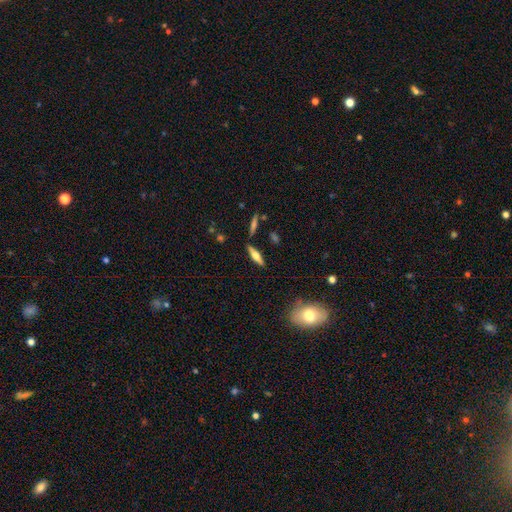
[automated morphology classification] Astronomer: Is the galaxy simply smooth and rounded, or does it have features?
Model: featured or disk — 55% (runner-up: smooth, 37%).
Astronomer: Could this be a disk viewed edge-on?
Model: yes — 94%.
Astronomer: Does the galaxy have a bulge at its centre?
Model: rounded — 90%.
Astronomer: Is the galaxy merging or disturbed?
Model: none — 85%.